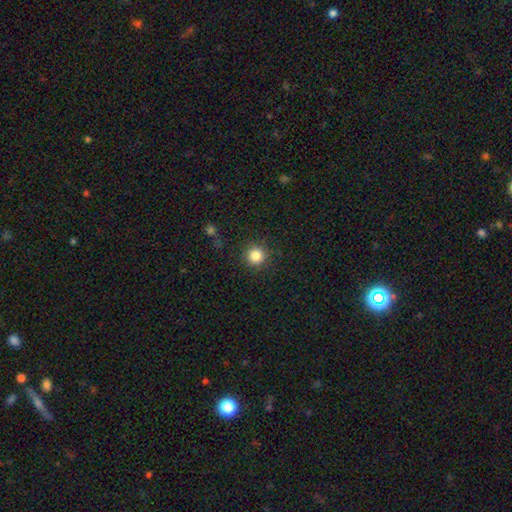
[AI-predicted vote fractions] This appears to be a smooth galaxy with no disk features (84%) that is round (95%). Merging: none (89%).